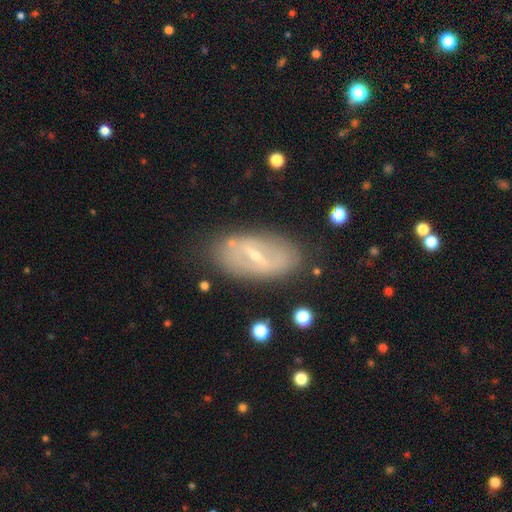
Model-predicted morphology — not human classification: The model was most divided on "bar": strong: 57%, weak: 33%, no: 11%. More confident: edge-on disk — no (81%); merging — none (78%); smooth or featured — featured or disk (69%); bulge size — small (67%); spiral arms — no (63%).